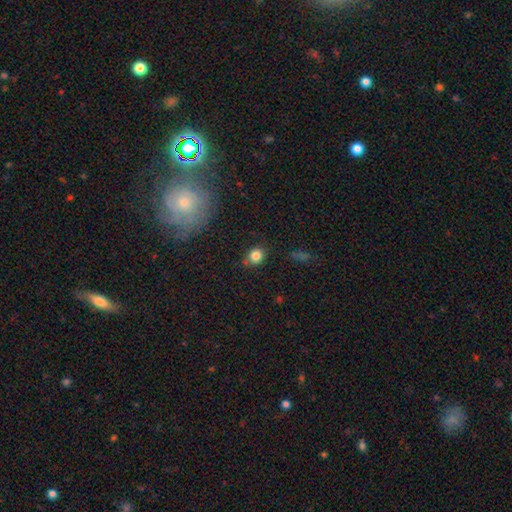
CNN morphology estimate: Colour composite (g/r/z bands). It shows a smooth galaxy with no disk features (83%) that is round (69%). Merging: none (75%).